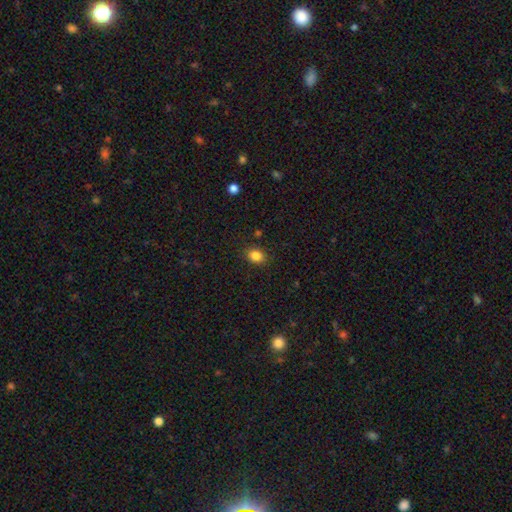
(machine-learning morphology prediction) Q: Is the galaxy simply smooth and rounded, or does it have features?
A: smooth — 85%.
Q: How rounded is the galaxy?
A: in between — 51%.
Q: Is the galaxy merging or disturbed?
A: none — 87%.